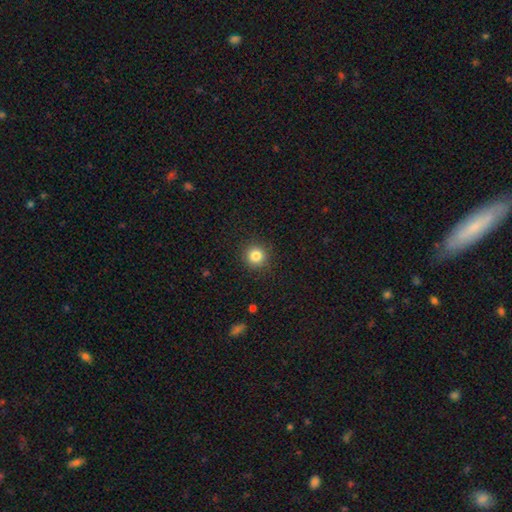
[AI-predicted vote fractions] This appears to be a smooth galaxy with no disk features (83%) that is round (94%). Merging: none (91%).